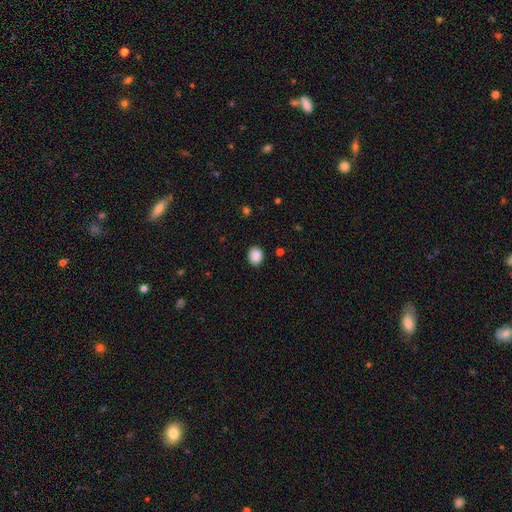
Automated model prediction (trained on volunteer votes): Q: Smooth or featured?
A: smooth (89%); runner-up: star or artifact (8%)
Q: How rounded?
A: round (55%); runner-up: in between (44%)
Q: Merging?
A: none (88%); runner-up: minor disturbance (8%)